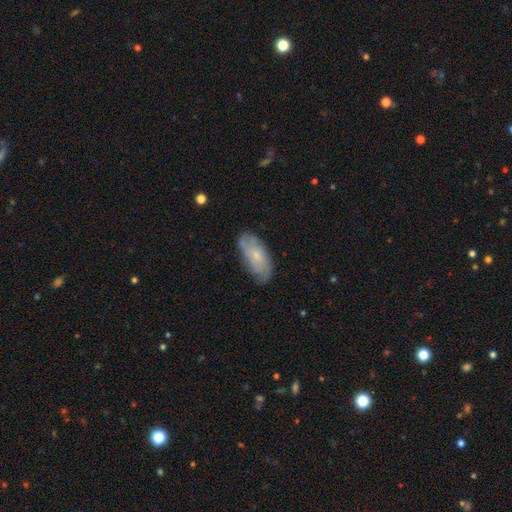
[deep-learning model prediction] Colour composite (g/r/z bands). It shows a featured or disk galaxy (47%). Merging: none (73%).